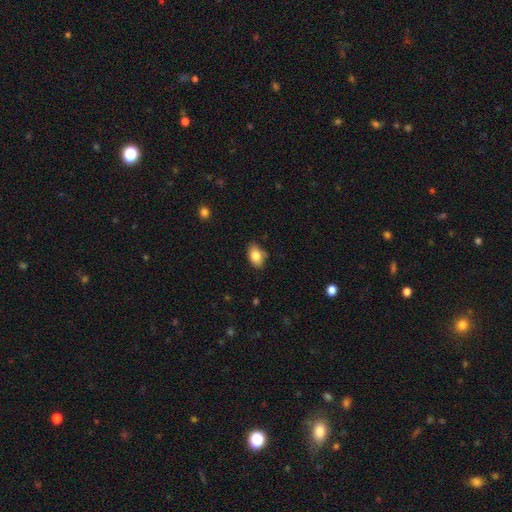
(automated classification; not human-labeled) Smooth or featured? smooth (83%)
How rounded? in between (87%)
Merging? none (77%)